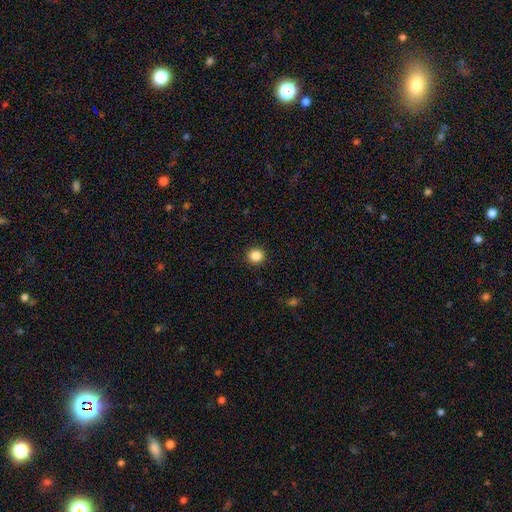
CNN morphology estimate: smooth-or-featured: smooth: 87% | star or artifact: 10% | featured or disk: 3%
  how-rounded: round: 91% | in between: 8% | cigar-shaped: 1%
  merging: none: 92% | minor disturbance: 5% | major disturbance: 2% | merger: 1%